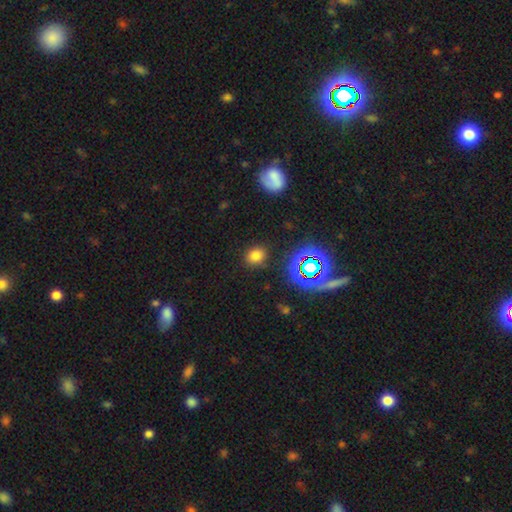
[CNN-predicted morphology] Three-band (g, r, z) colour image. It shows a smooth galaxy with no disk features (73%) that is round (52%). Merging: none (86%).